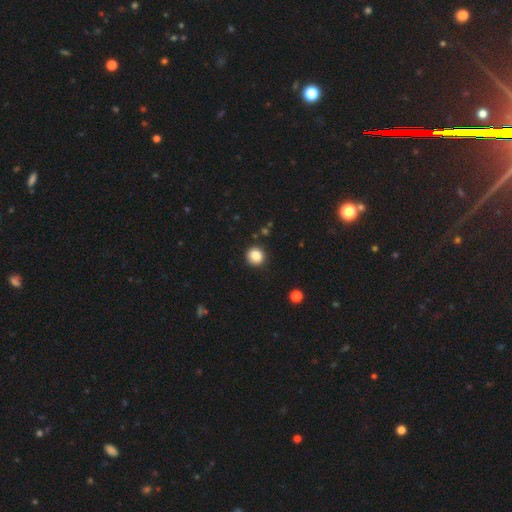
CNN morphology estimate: Smooth or featured: smooth — 86% (star or artifact — 10%)
How rounded: round — 87% (in between — 12%)
Merging: none — 88% (minor disturbance — 8%)